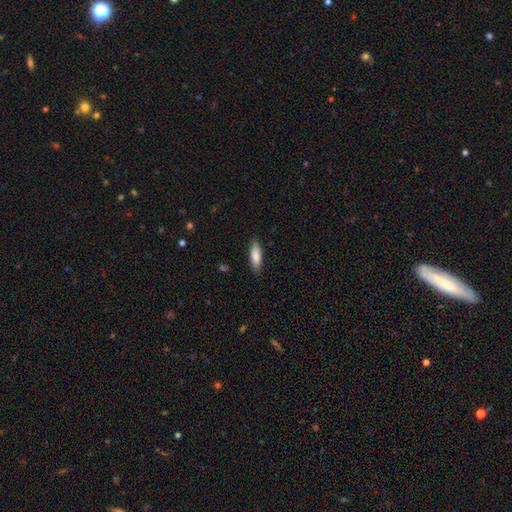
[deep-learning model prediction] A smooth galaxy with no disk features (85%) that is in between round and cigar-shaped (53%).

Vote fractions:
- Smooth or featured? smooth: 85% / featured or disk: 9% / star or artifact: 6%
- How rounded? in between: 53% / cigar-shaped: 46% / round: 2%
- Merging? none: 86% / minor disturbance: 10% / major disturbance: 2% / merger: 1%